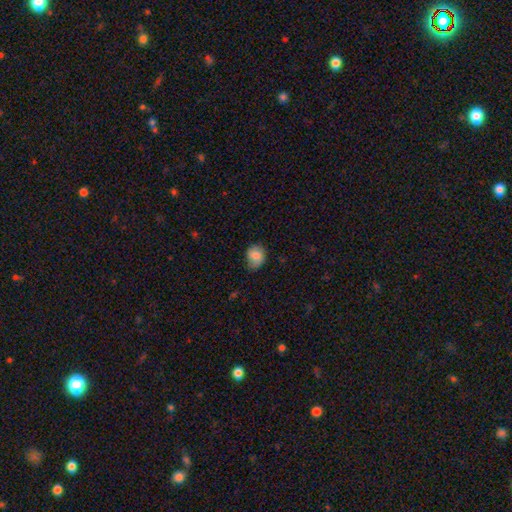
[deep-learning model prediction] Smooth or featured? Predicted: smooth (p=0.80). How rounded? Predicted: round (p=0.56). Merging? Predicted: none (p=0.59).